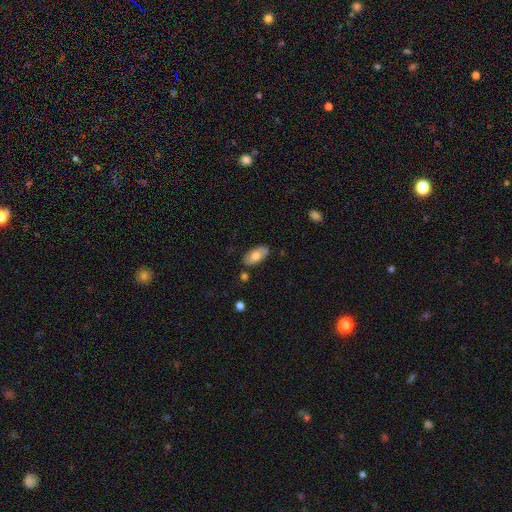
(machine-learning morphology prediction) The model was most divided on "smooth or featured": smooth: 68%, featured or disk: 26%, star or artifact: 6%. More confident: how rounded — in between (94%); merging — none (82%).